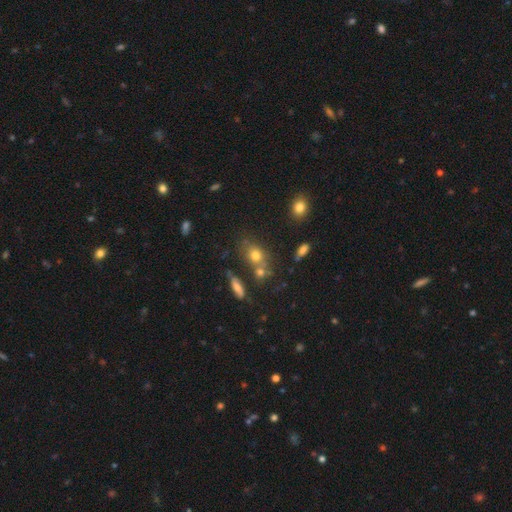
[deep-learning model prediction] smooth_or_featured: smooth (p=0.70) [alt: featured or disk p=0.15]
how_rounded: in between (p=0.54) [alt: round p=0.43]
merging: none (p=0.56) [alt: merger p=0.23]